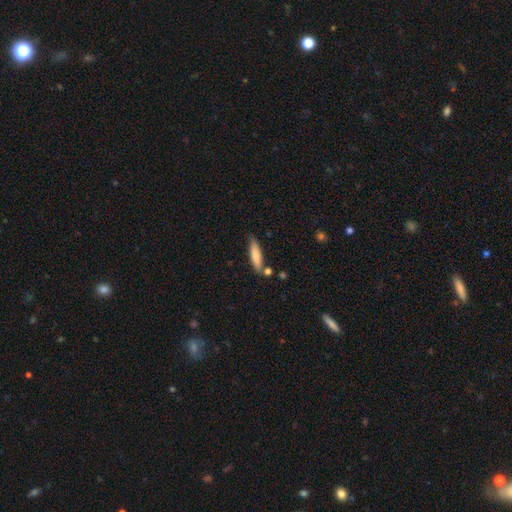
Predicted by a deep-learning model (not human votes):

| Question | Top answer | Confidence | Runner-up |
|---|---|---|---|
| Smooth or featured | smooth | 79% | featured or disk (15%) |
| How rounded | cigar-shaped | 72% | in between (27%) |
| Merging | none | 76% | minor disturbance (15%) |